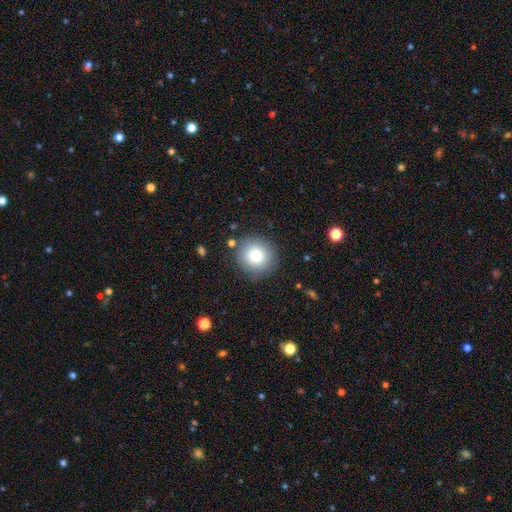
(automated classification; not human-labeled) A smooth galaxy with no disk features (78%) that is round (92%).

Vote fractions:
- Smooth or featured? smooth: 78% / star or artifact: 11% / featured or disk: 11%
- How rounded? round: 92% / in between: 7% / cigar-shaped: 1%
- Merging? none: 86% / minor disturbance: 8% / major disturbance: 3% / merger: 2%